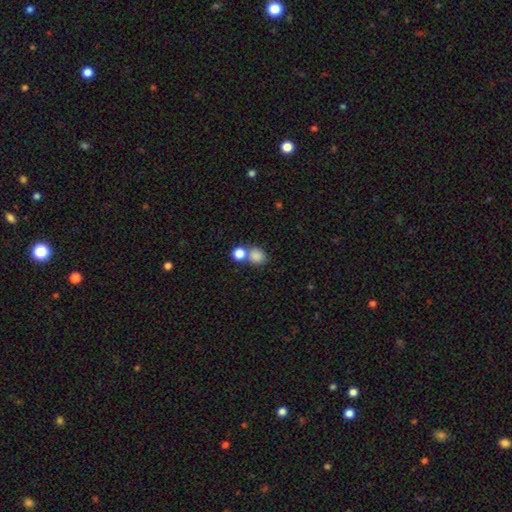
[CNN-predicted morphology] This appears to be a smooth galaxy with no disk features (83%) that is round (76%). Merging: none (50%).